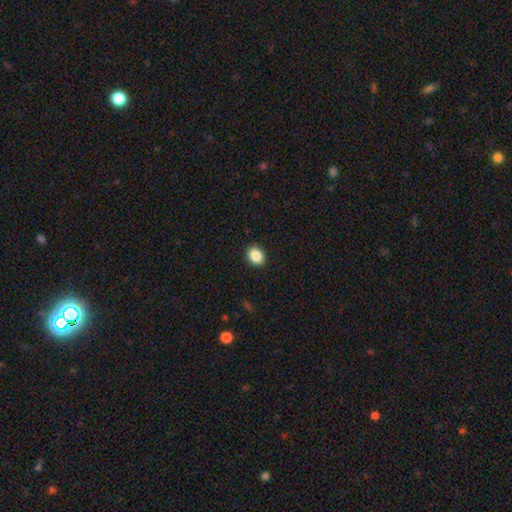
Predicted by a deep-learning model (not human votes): This is clearly a smooth galaxy (88%). How rounded: likely in between (64%). Merging: clearly none (91%).